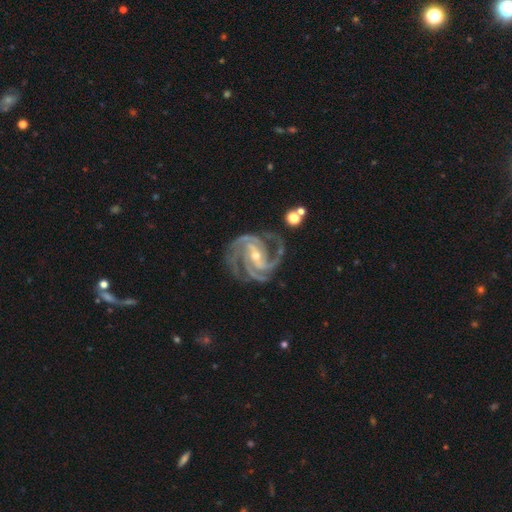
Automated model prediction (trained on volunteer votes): This appears to be a featured or disk galaxy (94%) with a strong bar (38%), 3 (45%) tight (50%) spiral arms (99%) and a small central bulge (61%). Merging: none (72%).